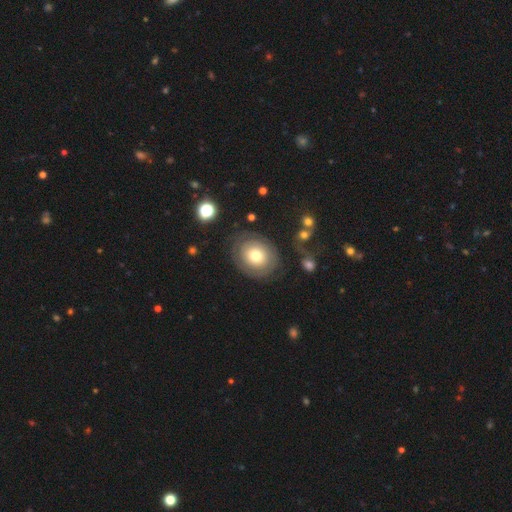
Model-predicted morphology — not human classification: The model was most divided on "smooth or featured": smooth: 52%, featured or disk: 40%, star or artifact: 8%. More confident: merging — none (76%); how rounded — round (63%).